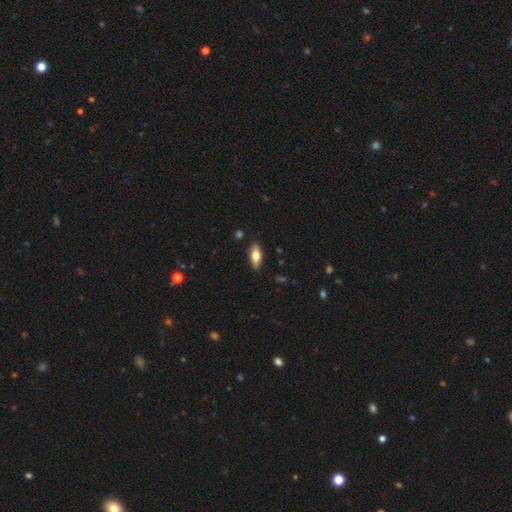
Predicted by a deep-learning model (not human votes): Smooth or featured?
  - smooth: 72% *
  - featured or disk: 22%
  - star or artifact: 6%
How rounded?
  - in between: 82% *
  - cigar-shaped: 16%
  - round: 2%
Merging?
  - none: 88% *
  - minor disturbance: 9%
  - major disturbance: 2%
  - merger: 1%